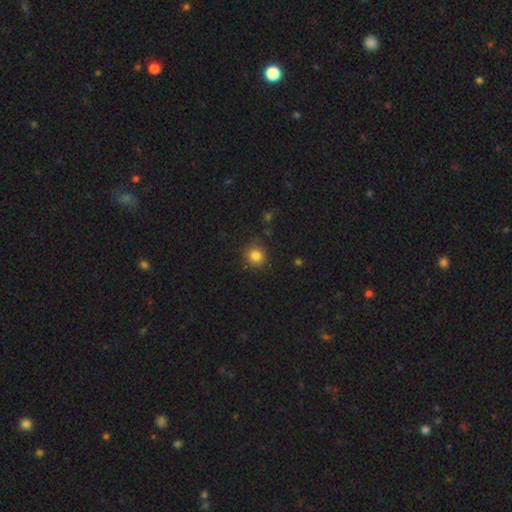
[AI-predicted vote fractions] Overall: smooth (83%). How rounded: round (91%). Merging: none (86%).